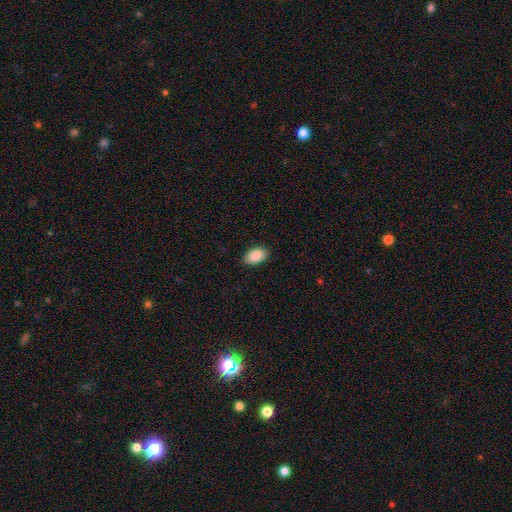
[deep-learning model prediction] smooth_or_featured: smooth (p=0.91) [alt: star or artifact p=0.06]
how_rounded: in between (p=0.93) [alt: round p=0.06]
merging: none (p=0.89) [alt: minor disturbance p=0.08]